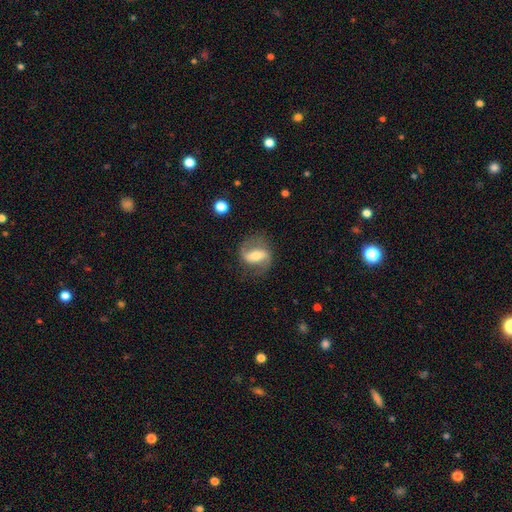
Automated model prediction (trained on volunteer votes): smooth_or_featured: featured or disk (p=0.73) [alt: smooth p=0.20]
disk_edge_on: no (p=0.94) [alt: yes p=0.06]
bar: strong (p=0.50) [alt: weak p=0.34]
has_spiral_arms: yes (p=0.87) [alt: no p=0.13]
spiral_winding: medium (p=0.44) [alt: loose p=0.39]
spiral_arm_count: 2 (p=0.88) [alt: can't tell p=0.06]
bulge_size: moderate (p=0.57) [alt: small p=0.27]
merging: none (p=0.74) [alt: minor disturbance p=0.15]